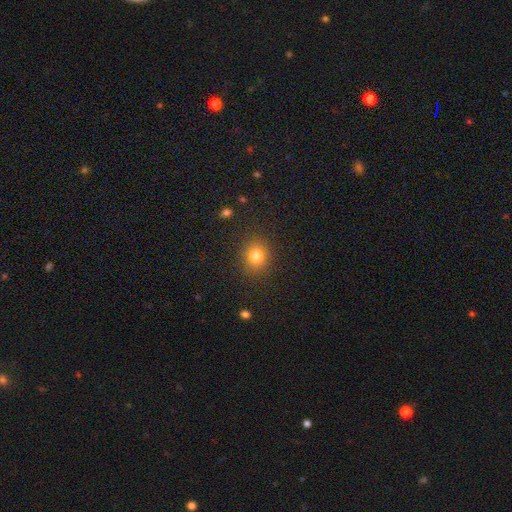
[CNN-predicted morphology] A smooth galaxy with no disk features (80%) that is round (77%).

Vote fractions:
- Smooth or featured? smooth: 80% / star or artifact: 13% / featured or disk: 7%
- How rounded? round: 77% / in between: 22% / cigar-shaped: 1%
- Merging? none: 88% / minor disturbance: 8% / major disturbance: 3% / merger: 1%